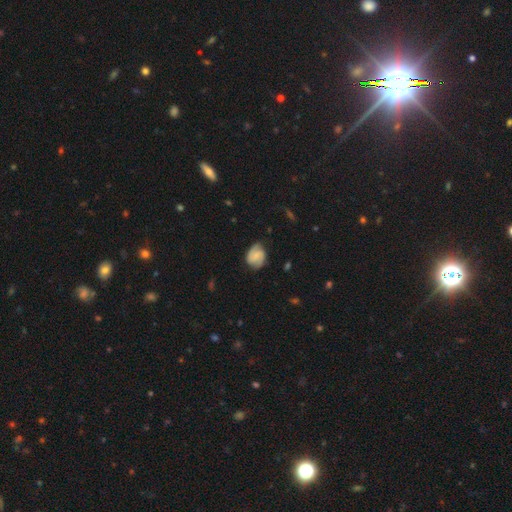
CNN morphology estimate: Smooth or featured?
  - smooth: 47% *
  - featured or disk: 45%
  - star or artifact: 8%
Merging?
  - none: 66% *
  - minor disturbance: 26%
  - major disturbance: 6%
  - merger: 1%